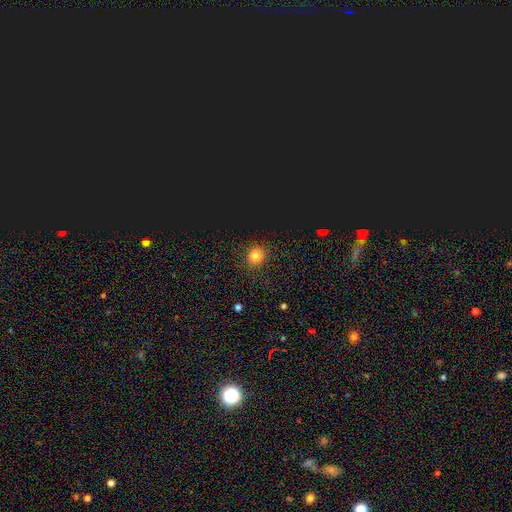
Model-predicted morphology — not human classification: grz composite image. It shows a smooth galaxy with no disk features (75%) that is round (81%). Merging: none (85%).